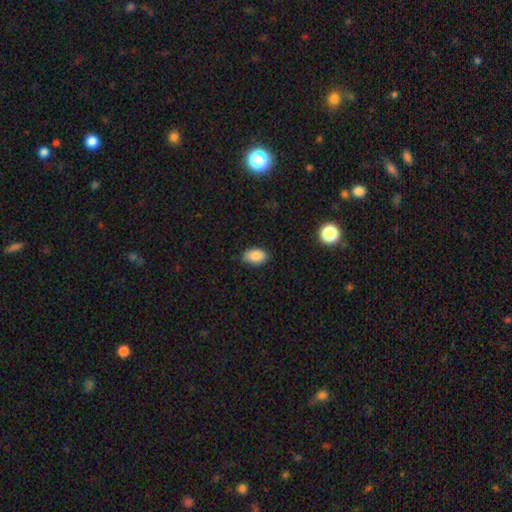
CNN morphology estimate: smooth-or-featured: smooth: 87% | star or artifact: 8% | featured or disk: 4%
  how-rounded: in between: 88% | round: 11% | cigar-shaped: 1%
  merging: none: 82% | minor disturbance: 14% | major disturbance: 2% | merger: 1%